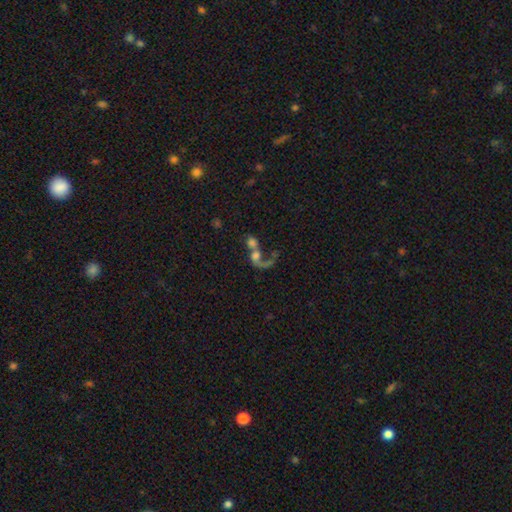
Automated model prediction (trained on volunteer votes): This is possibly a featured or disk galaxy (46%). Merging: likely merger (69%).